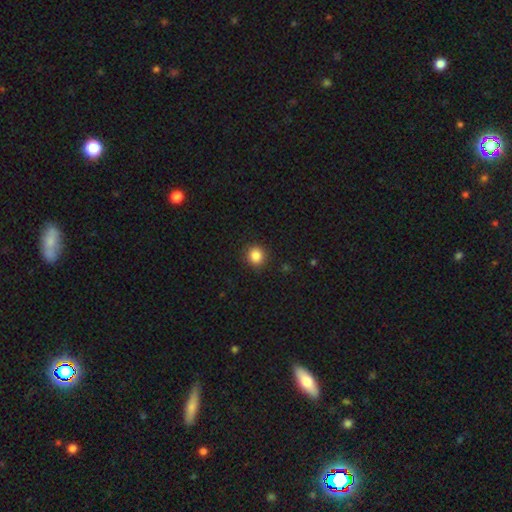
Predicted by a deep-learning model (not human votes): This is clearly a smooth galaxy (86%). How rounded: clearly round (86%). Merging: clearly none (90%).